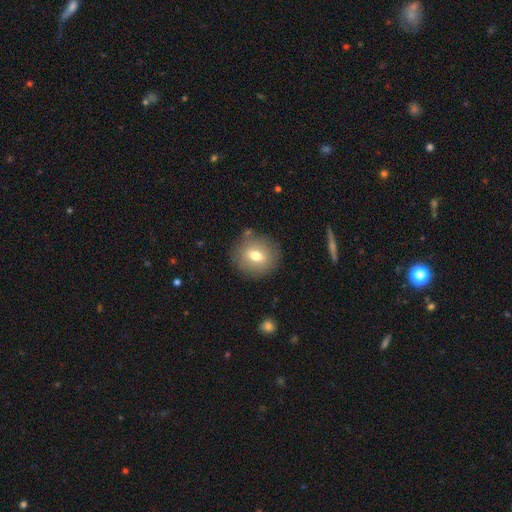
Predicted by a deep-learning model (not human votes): smooth-or-featured: smooth: 67% | featured or disk: 24% | star or artifact: 9%
  how-rounded: round: 75% | in between: 23% | cigar-shaped: 1%
  merging: none: 82% | minor disturbance: 11% | major disturbance: 4% | merger: 3%